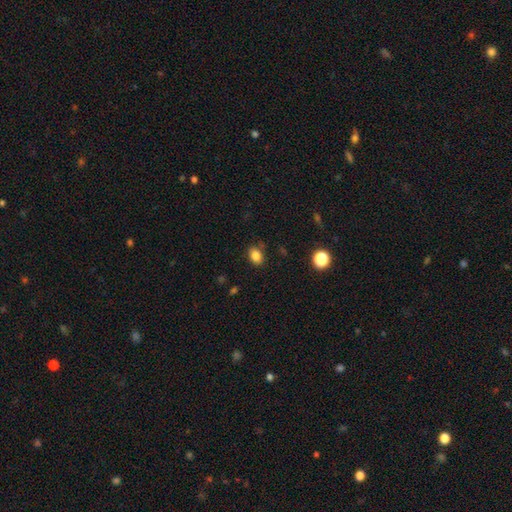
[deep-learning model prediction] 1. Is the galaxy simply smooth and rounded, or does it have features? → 84% smooth, 11% star or artifact, 5% featured or disk.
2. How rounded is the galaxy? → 70% in between, 29% round, 1% cigar-shaped.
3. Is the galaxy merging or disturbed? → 82% none, 12% minor disturbance, 3% major disturbance, 2% merger.